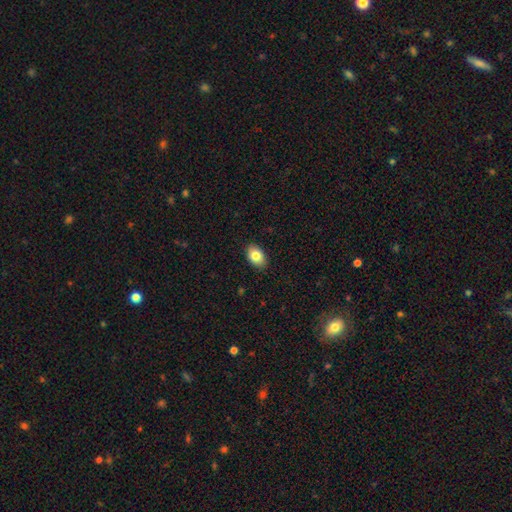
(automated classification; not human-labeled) smooth_or_featured: smooth (p=0.83) [alt: featured or disk p=0.09]
how_rounded: in between (p=0.86) [alt: round p=0.13]
merging: none (p=0.90) [alt: minor disturbance p=0.08]